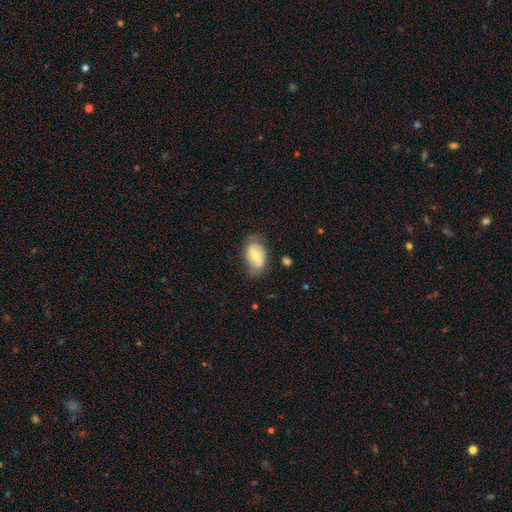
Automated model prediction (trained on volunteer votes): This is possibly a smooth galaxy (49%). Merging: likely none (70%).